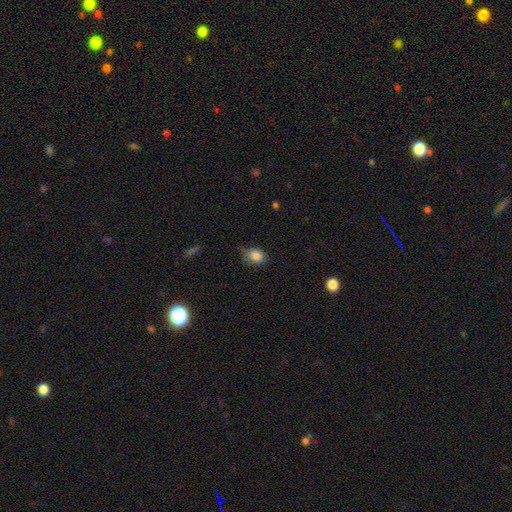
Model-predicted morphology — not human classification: A smooth galaxy with no disk features (85%) that is in between round and cigar-shaped (57%).

Vote fractions:
- Smooth or featured? smooth: 85% / star or artifact: 10% / featured or disk: 5%
- How rounded? in between: 57% / round: 41% / cigar-shaped: 1%
- Merging? none: 59% / minor disturbance: 32% / major disturbance: 7% / merger: 2%